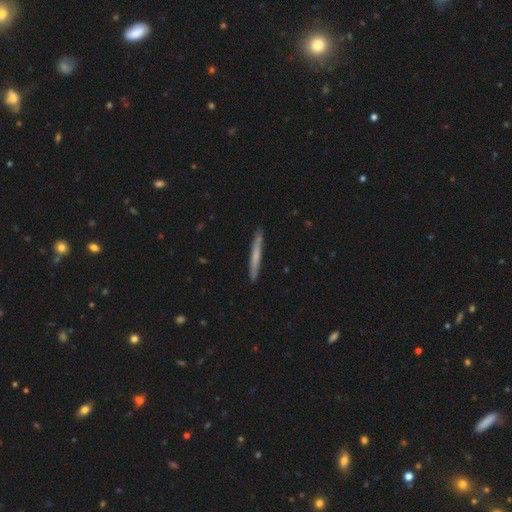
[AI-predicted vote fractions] A smooth galaxy with no disk features (58%) that is cigar-shaped (97%).

Vote fractions:
- Smooth or featured? smooth: 58% / featured or disk: 37% / star or artifact: 6%
- How rounded? cigar-shaped: 97% / in between: 2% / round: 1%
- Merging? none: 90% / minor disturbance: 8% / major disturbance: 1% / merger: 1%